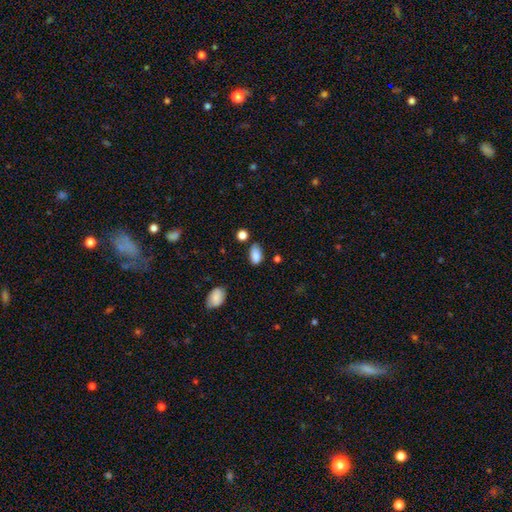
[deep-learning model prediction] smooth 86%, star or artifact 9%, featured or disk 5%. Down the decision tree: how rounded — in between (92%); merging — none (64%).